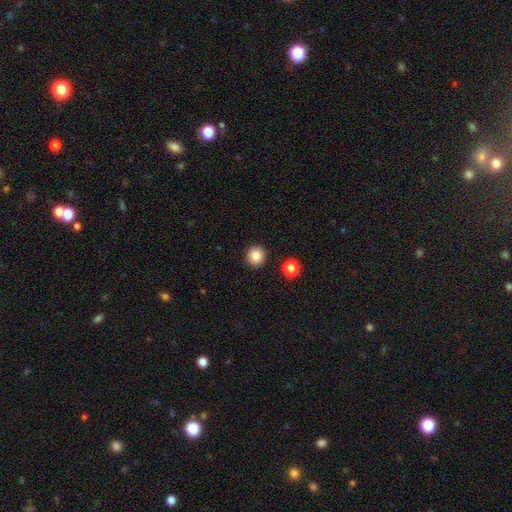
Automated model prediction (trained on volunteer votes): Q: Smooth or featured?
A: smooth (84%); runner-up: star or artifact (10%)
Q: How rounded?
A: round (95%); runner-up: in between (4%)
Q: Merging?
A: none (92%); runner-up: minor disturbance (5%)